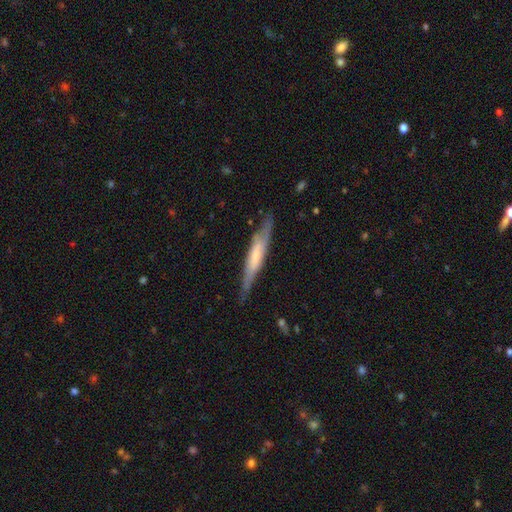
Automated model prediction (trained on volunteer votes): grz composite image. It shows a featured or disk galaxy (51%) viewed edge-on (83%). Merging: none (74%).